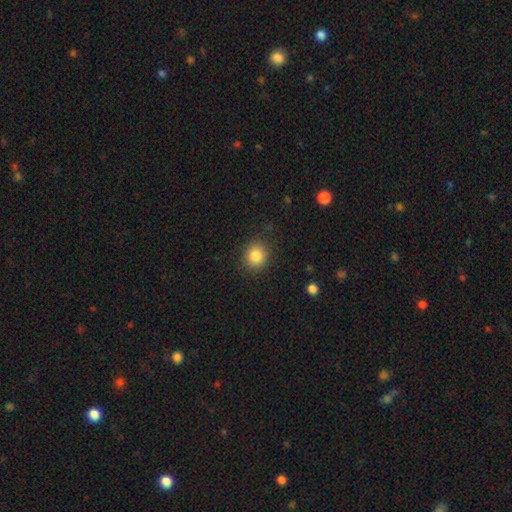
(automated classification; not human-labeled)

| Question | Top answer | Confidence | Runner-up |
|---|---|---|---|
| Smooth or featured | smooth | 85% | star or artifact (10%) |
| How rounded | round | 78% | in between (21%) |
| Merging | none | 88% | minor disturbance (8%) |